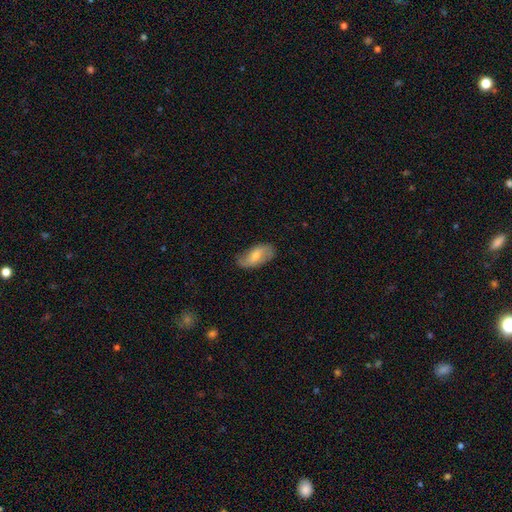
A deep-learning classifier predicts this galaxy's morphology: smooth_or_featured: featured or disk (p=0.49) [alt: smooth p=0.45]
merging: none (p=0.76) [alt: minor disturbance p=0.19]